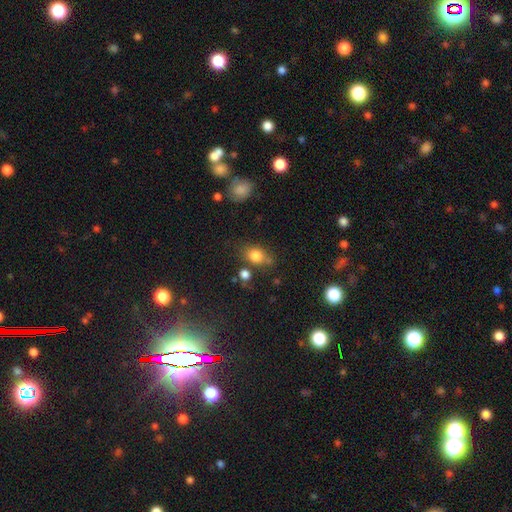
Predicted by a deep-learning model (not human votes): Q: Smooth or featured?
A: smooth (80%); runner-up: star or artifact (11%)
Q: How rounded?
A: in between (58%); runner-up: round (40%)
Q: Merging?
A: none (64%); runner-up: minor disturbance (19%)